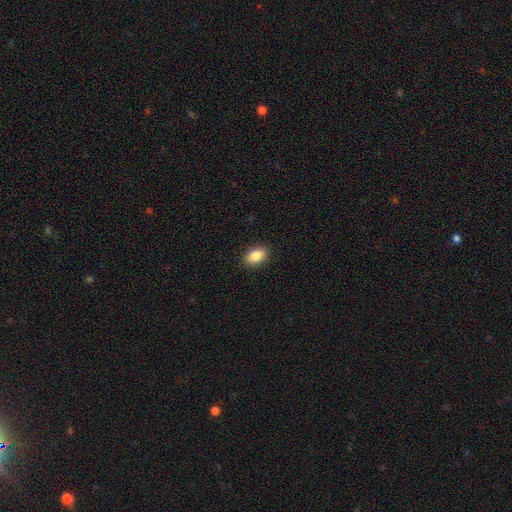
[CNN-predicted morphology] This appears to be a smooth galaxy with no disk features (86%) that is in between round and cigar-shaped (89%). Merging: none (90%).